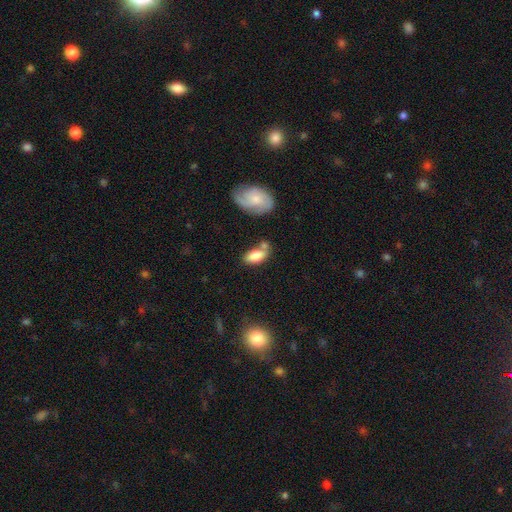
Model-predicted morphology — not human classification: Smooth or featured? Predicted: smooth (p=0.78). How rounded? Predicted: in between (p=0.88). Merging? Predicted: none (p=0.47).